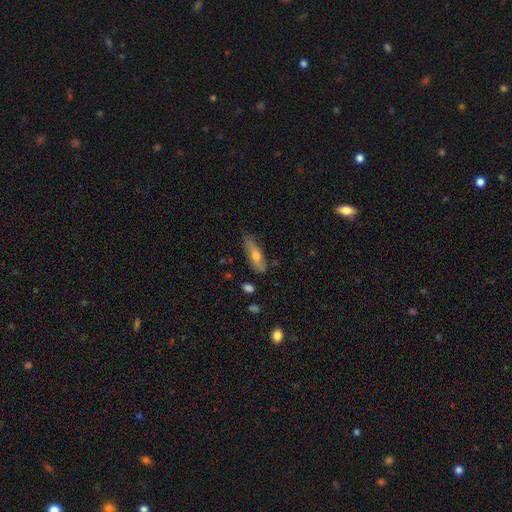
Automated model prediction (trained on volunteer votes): The model was most divided on "smooth or featured": smooth: 50%, featured or disk: 43%, star or artifact: 7%. More confident: merging — none (76%); how rounded — cigar-shaped (65%).